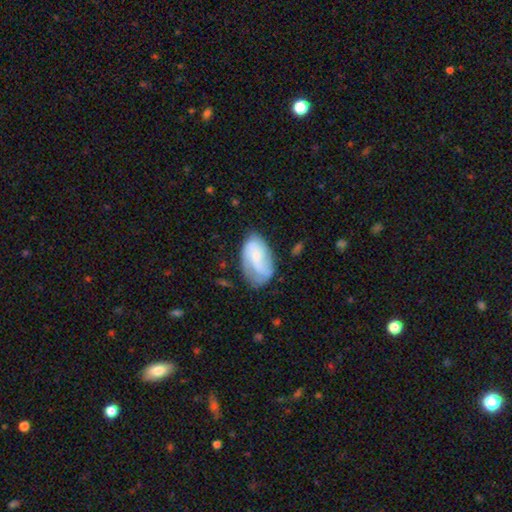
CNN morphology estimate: Q: Smooth or featured?
A: featured or disk (53%); runner-up: smooth (40%)
Q: Edge-on disk?
A: no (96%); runner-up: yes (4%)
Q: Bar?
A: no (52%); runner-up: weak (37%)
Q: Spiral arms?
A: yes (82%); runner-up: no (18%)
Q: Bulge size?
A: small (48%); runner-up: moderate (24%)
Q: Merging?
A: none (60%); runner-up: minor disturbance (27%)